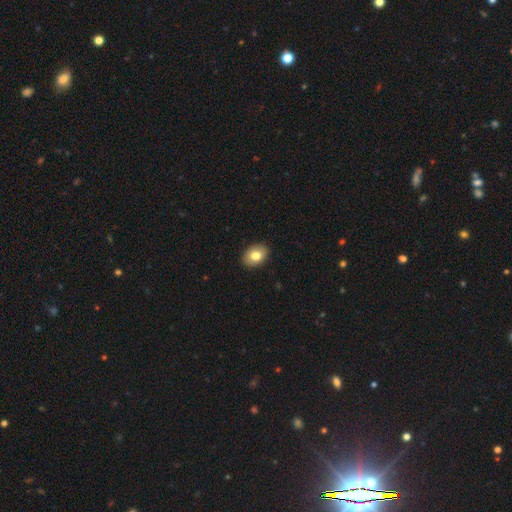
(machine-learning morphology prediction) type=smooth (80%); roundness=in between (79%); merging=none (90%).